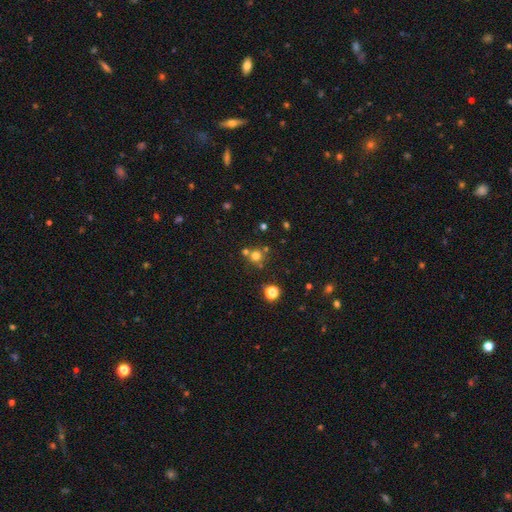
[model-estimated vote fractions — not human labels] Morphology: type=smooth (69%); roundness=round (91%); merging=none (64%).